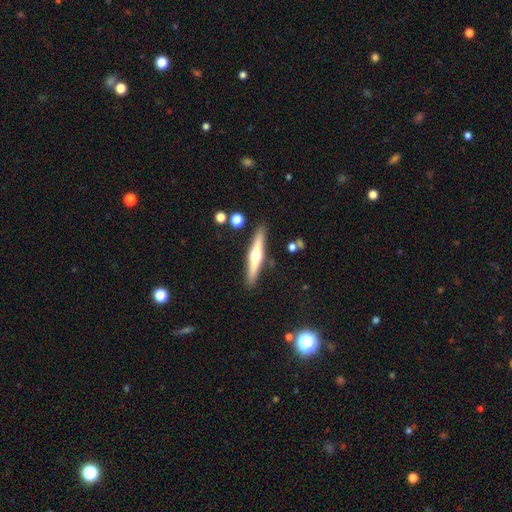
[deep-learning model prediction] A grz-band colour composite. It shows a featured or disk galaxy (61%) viewed edge-on (96%) with a rounded central bulge (93%). Merging: none (89%).